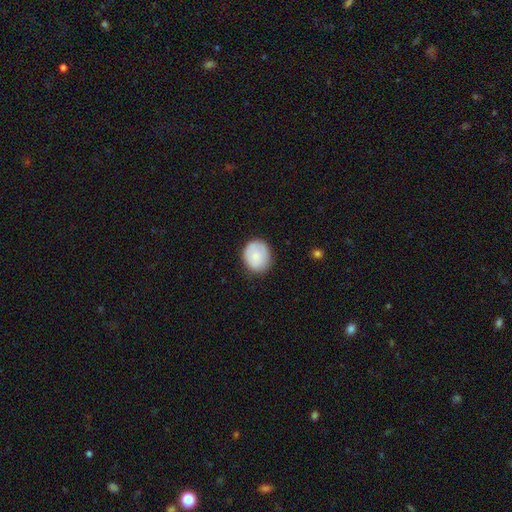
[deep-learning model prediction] Smooth or featured? Predicted: smooth (p=0.81). How rounded? Predicted: round (p=0.73). Merging? Predicted: none (p=0.81).